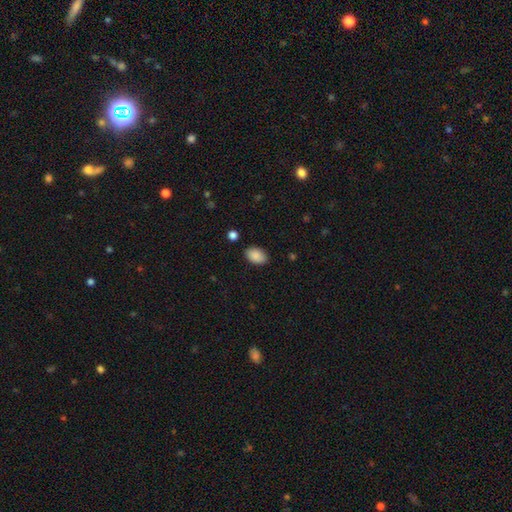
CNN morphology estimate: smooth-or-featured: smooth: 89% | star or artifact: 7% | featured or disk: 3%
  how-rounded: in between: 88% | round: 11% | cigar-shaped: 1%
  merging: none: 86% | minor disturbance: 10% | major disturbance: 3% | merger: 2%